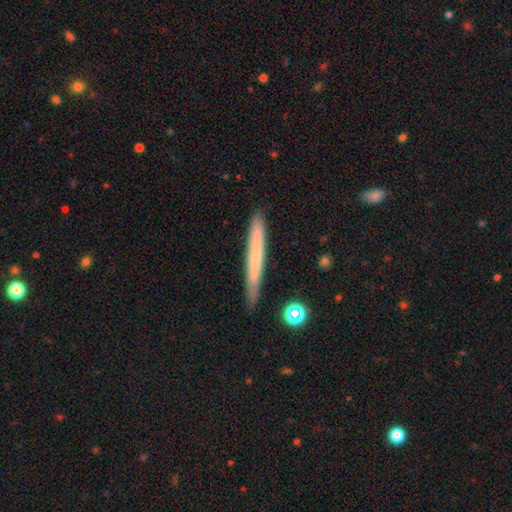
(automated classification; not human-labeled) A smooth galaxy with no disk features (59%) that is cigar-shaped (97%).

Vote fractions:
- Smooth or featured? smooth: 59% / featured or disk: 35% / star or artifact: 6%
- How rounded? cigar-shaped: 97% / in between: 2% / round: 1%
- Merging? none: 87% / minor disturbance: 10% / major disturbance: 2% / merger: 2%